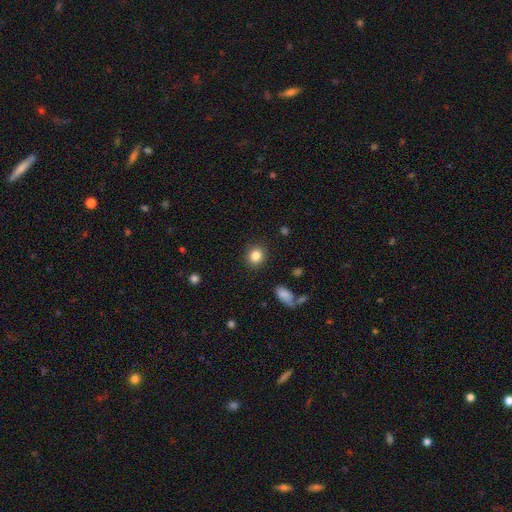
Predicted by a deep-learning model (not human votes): smooth 85%, star or artifact 10%, featured or disk 6%. Down the decision tree: how rounded — round (84%); merging — none (90%).